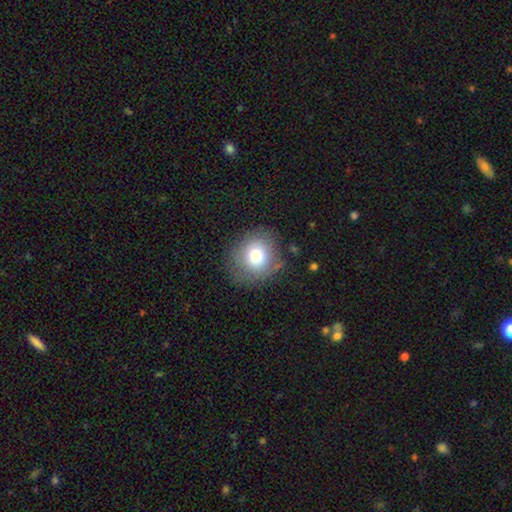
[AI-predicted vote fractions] A smooth galaxy with no disk features (76%) that is round (83%).

Vote fractions:
- Smooth or featured? smooth: 76% / featured or disk: 13% / star or artifact: 11%
- How rounded? round: 83% / in between: 16% / cigar-shaped: 1%
- Merging? none: 79% / minor disturbance: 14% / major disturbance: 5% / merger: 2%